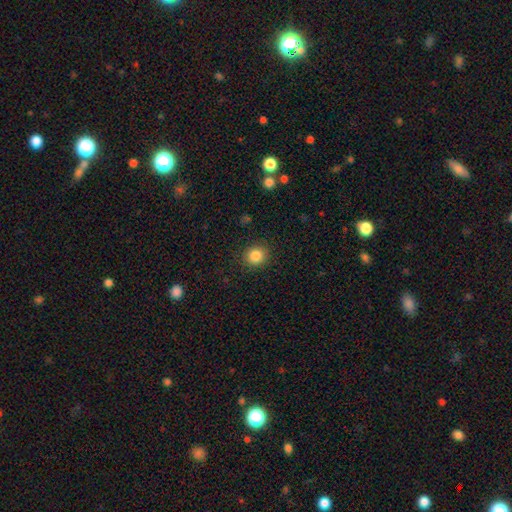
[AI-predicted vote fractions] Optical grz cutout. It shows a smooth galaxy with no disk features (85%) that is round (83%). Merging: none (89%).